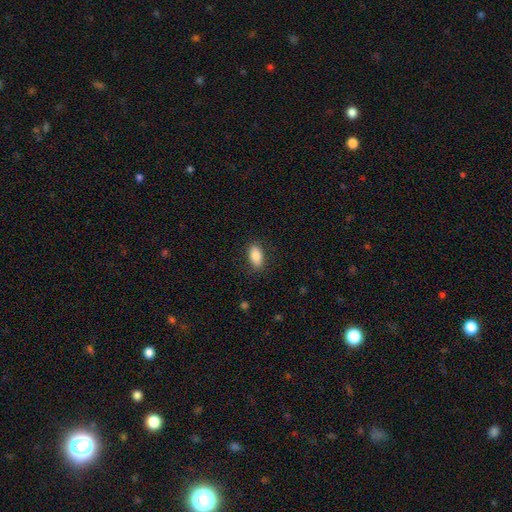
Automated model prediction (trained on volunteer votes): Q: Smooth or featured?
A: smooth (82%); runner-up: featured or disk (11%)
Q: How rounded?
A: in between (90%); runner-up: round (5%)
Q: Merging?
A: none (85%); runner-up: minor disturbance (11%)